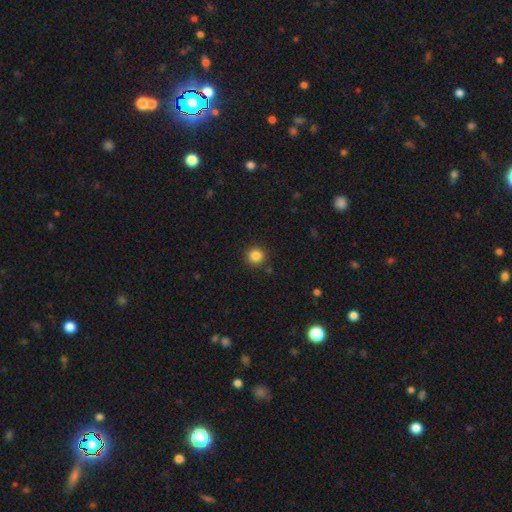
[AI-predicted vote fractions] Smooth or featured? Predicted: smooth (p=0.84). How rounded? Predicted: round (p=0.94). Merging? Predicted: none (p=0.90).